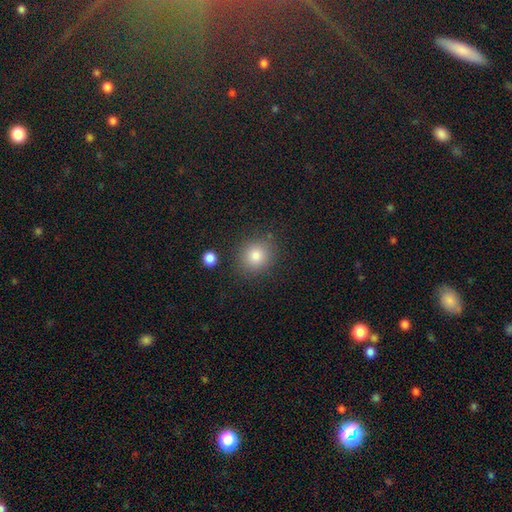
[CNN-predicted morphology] smooth_or_featured: smooth (p=0.82) [alt: star or artifact p=0.11]
how_rounded: round (p=0.83) [alt: in between p=0.16]
merging: none (p=0.84) [alt: minor disturbance p=0.09]